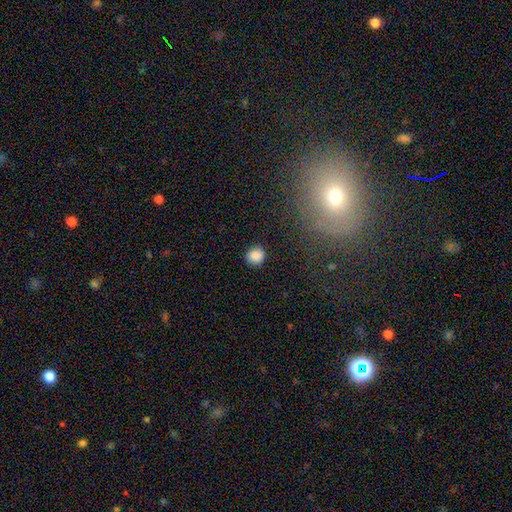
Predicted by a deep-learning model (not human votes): The model was most divided on "how rounded": round: 87%, in between: 12%, cigar-shaped: 1%. More confident: merging — none (87%); smooth or featured — smooth (86%).